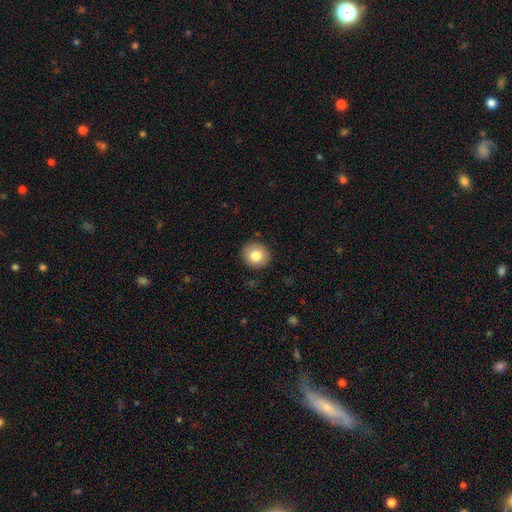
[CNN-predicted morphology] type=smooth (82%); roundness=round (88%); merging=none (90%).